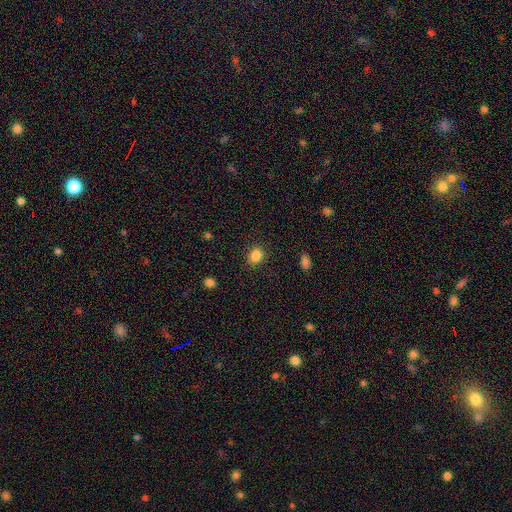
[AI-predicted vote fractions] Smooth or featured? Predicted: smooth (p=0.86). How rounded? Predicted: in between (p=0.51). Merging? Predicted: none (p=0.87).